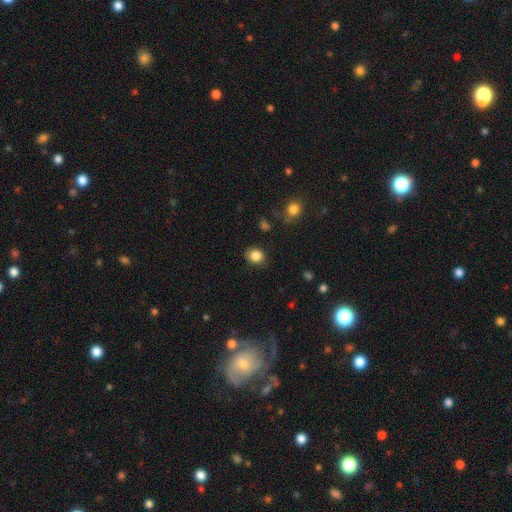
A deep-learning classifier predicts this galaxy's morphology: smooth 84%, star or artifact 10%, featured or disk 6%. Down the decision tree: how rounded — round (62%); merging — none (84%).